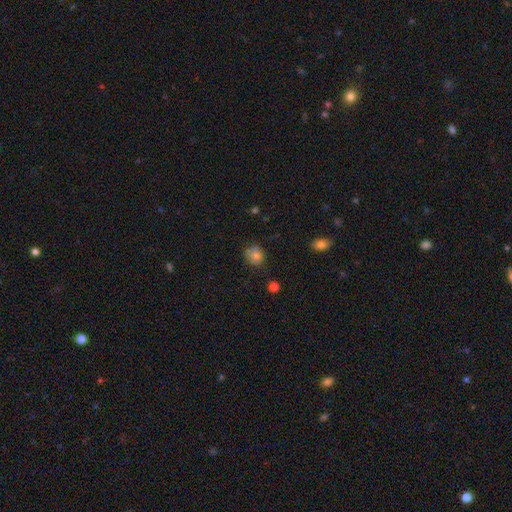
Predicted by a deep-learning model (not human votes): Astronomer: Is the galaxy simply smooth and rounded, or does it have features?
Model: smooth — 78%.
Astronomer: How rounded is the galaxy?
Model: round — 77%.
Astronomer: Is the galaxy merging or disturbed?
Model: none — 71%.